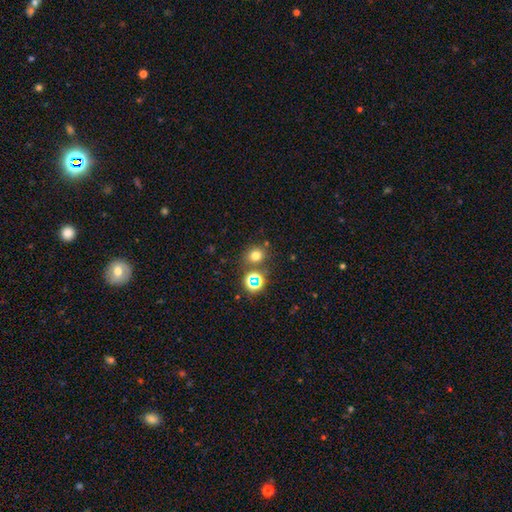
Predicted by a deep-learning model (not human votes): smooth 71%, star or artifact 22%, featured or disk 7%. Down the decision tree: how rounded — round (77%); merging — none (76%).